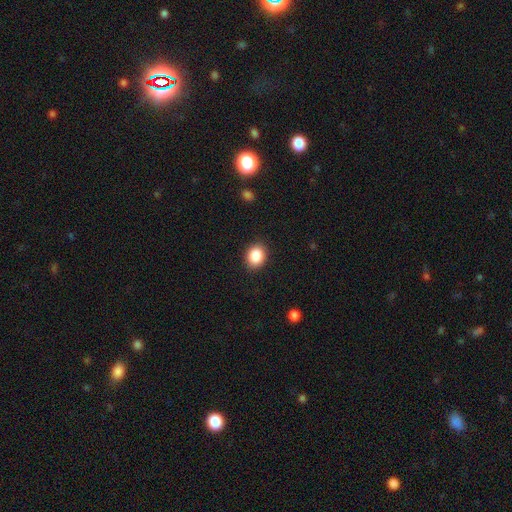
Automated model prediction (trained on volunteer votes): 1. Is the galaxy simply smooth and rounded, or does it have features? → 88% smooth, 9% star or artifact, 4% featured or disk.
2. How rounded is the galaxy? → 53% round, 46% in between, 1% cigar-shaped.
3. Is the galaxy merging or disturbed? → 89% none, 8% minor disturbance, 2% major disturbance, 1% merger.